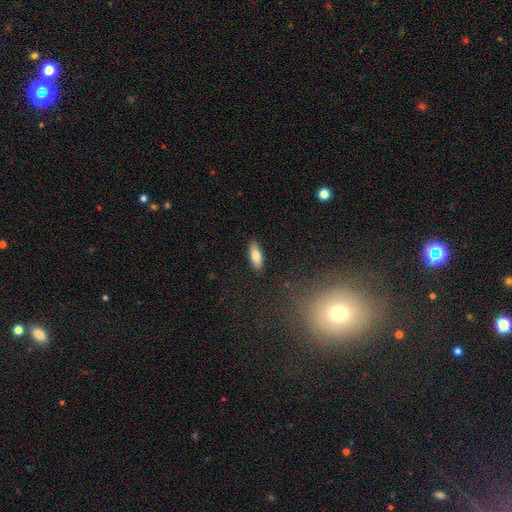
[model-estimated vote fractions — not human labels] A smooth galaxy with no disk features (77%) that is in between round and cigar-shaped (67%).

Vote fractions:
- Smooth or featured? smooth: 77% / featured or disk: 16% / star or artifact: 7%
- How rounded? in between: 67% / cigar-shaped: 31% / round: 2%
- Merging? none: 88% / minor disturbance: 8% / major disturbance: 2% / merger: 1%